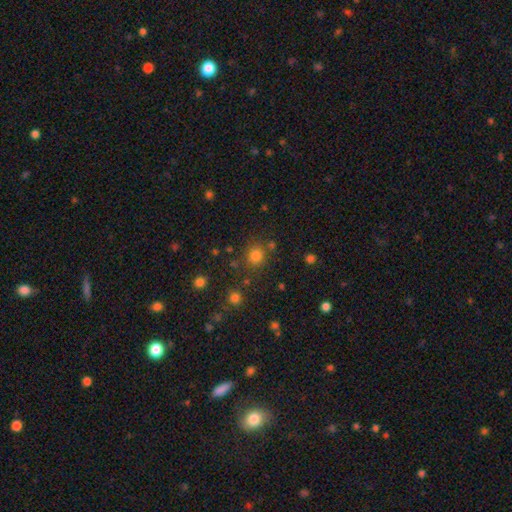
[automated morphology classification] This appears to be a smooth galaxy with no disk features (79%) that is round (85%). Merging: none (78%).